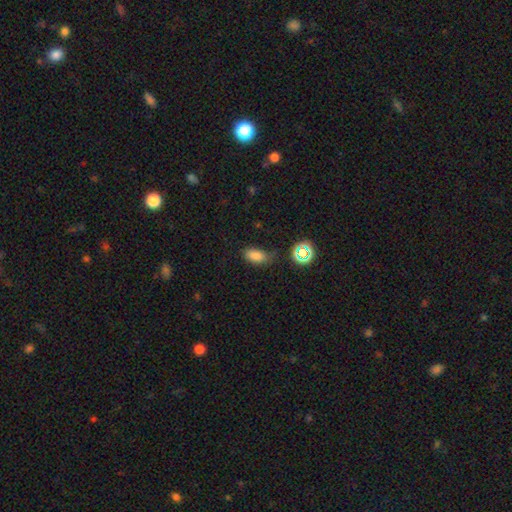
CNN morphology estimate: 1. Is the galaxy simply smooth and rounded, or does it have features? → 78% smooth, 16% star or artifact, 6% featured or disk.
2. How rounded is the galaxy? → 89% in between, 6% round, 5% cigar-shaped.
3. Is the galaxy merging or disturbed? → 69% none, 21% minor disturbance, 6% major disturbance, 4% merger.